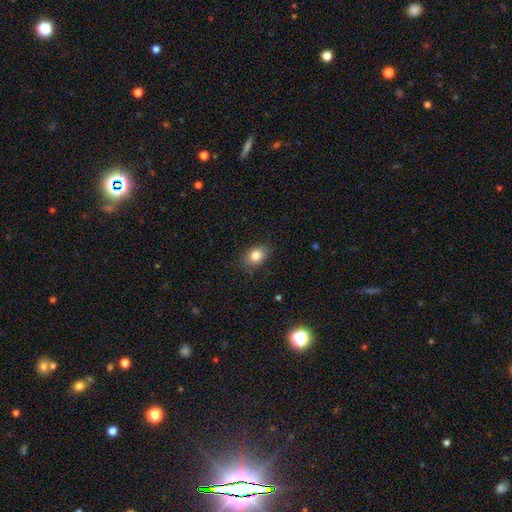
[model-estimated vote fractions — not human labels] Smooth or featured?
  - smooth: 84% *
  - star or artifact: 9%
  - featured or disk: 8%
How rounded?
  - in between: 78% *
  - round: 21%
  - cigar-shaped: 1%
Merging?
  - none: 84% *
  - minor disturbance: 12%
  - major disturbance: 3%
  - merger: 1%